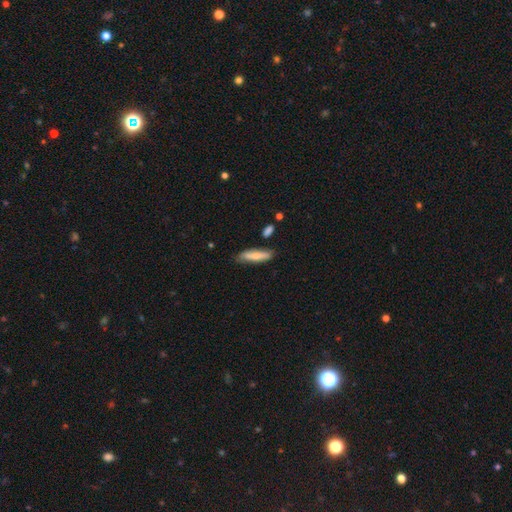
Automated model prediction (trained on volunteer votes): smooth-or-featured: smooth: 66% | featured or disk: 28% | star or artifact: 6%
  how-rounded: cigar-shaped: 68% | in between: 30% | round: 2%
  merging: none: 75% | minor disturbance: 18% | merger: 4% | major disturbance: 3%